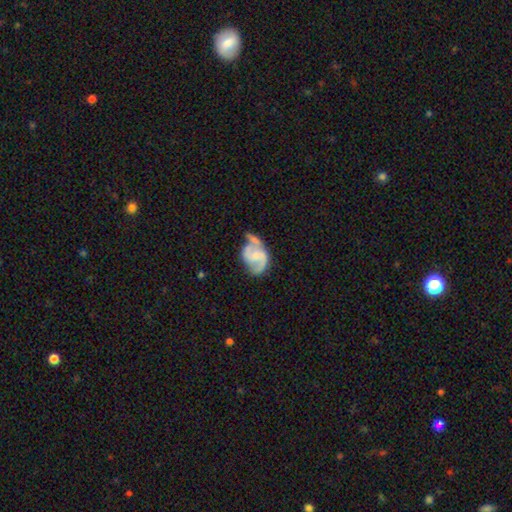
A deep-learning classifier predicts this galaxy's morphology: featured or disk 76%, smooth 18%, star or artifact 6%. Down the decision tree: edge-on disk — no (97%); bar — no (51%); spiral arms — yes (87%); spiral arm count — 2 (79%); spiral winding — medium (48%); bulge size — small (52%); merging — none (34%).